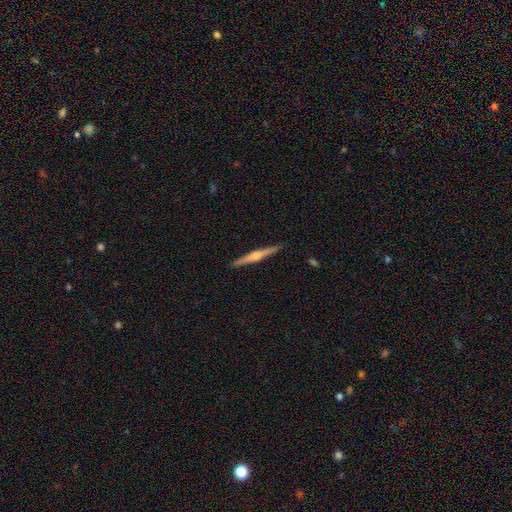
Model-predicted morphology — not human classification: Smooth or featured? Predicted: featured or disk (p=0.72). Edge-on disk? Predicted: yes (p=0.98). Edge-on bulge? Predicted: rounded (p=0.84). Merging? Predicted: none (p=0.92).